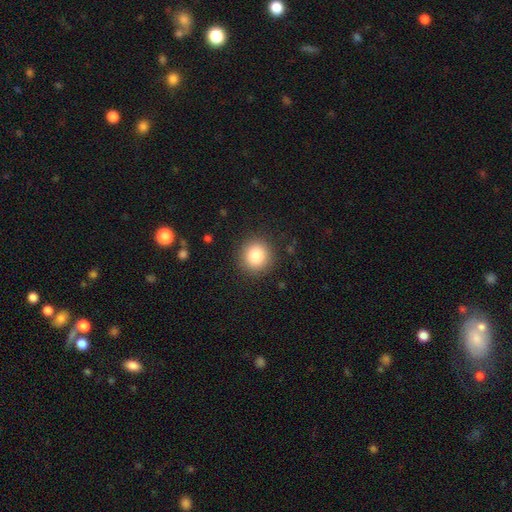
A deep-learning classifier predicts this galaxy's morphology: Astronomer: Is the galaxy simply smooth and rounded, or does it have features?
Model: smooth — 84%.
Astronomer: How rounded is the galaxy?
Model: round — 91%.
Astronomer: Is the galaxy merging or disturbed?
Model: none — 90%.